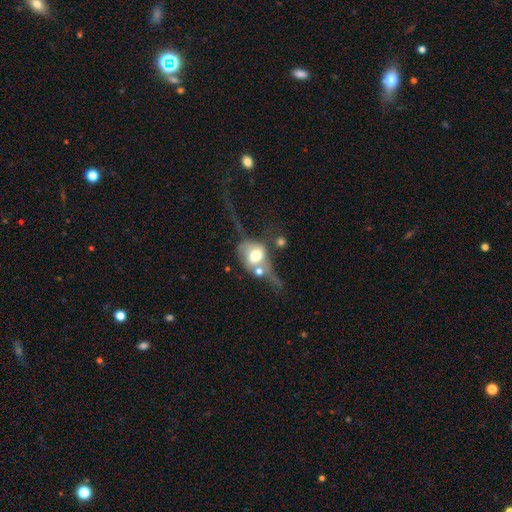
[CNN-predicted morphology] This is possibly a smooth galaxy (49%). Merging: marginally merger (35%).